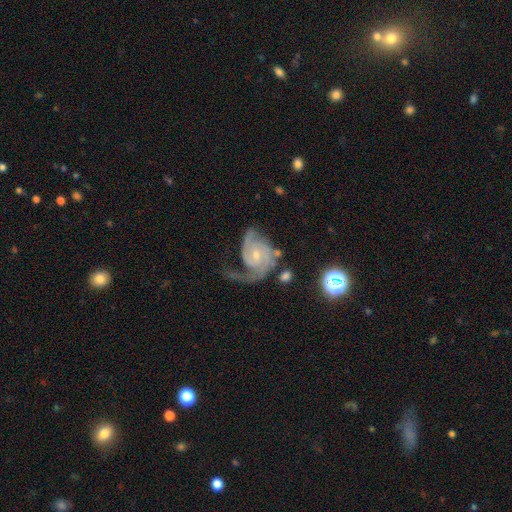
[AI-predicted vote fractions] Smooth or featured?
  - featured or disk: 89% *
  - smooth: 6%
  - star or artifact: 5%
Edge-on disk?
  - no: 98% *
  - yes: 2%
Bar?
  - no: 62% *
  - weak: 31%
  - strong: 7%
Spiral arms?
  - yes: 98% *
  - no: 2%
Spiral winding?
  - medium: 45% *
  - tight: 38%
  - loose: 17%
Spiral arm count?
  - 2: 71% *
  - 3: 10%
  - 1: 8%
  - can't tell: 7%
  - 4: 2%
  - more than 4: 2%
Bulge size?
  - small: 65% *
  - moderate: 30%
  - none: 3%
  - large: 1%
  - dominant: 1%
Merging?
  - none: 46% *
  - major disturbance: 27%
  - minor disturbance: 22%
  - merger: 5%